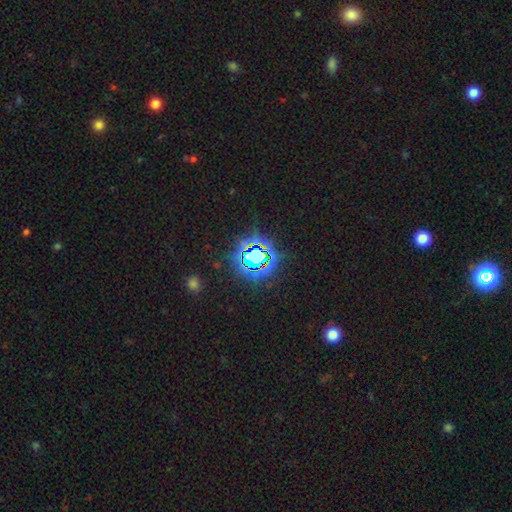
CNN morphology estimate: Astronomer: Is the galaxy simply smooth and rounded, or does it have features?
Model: star or artifact — 79%.